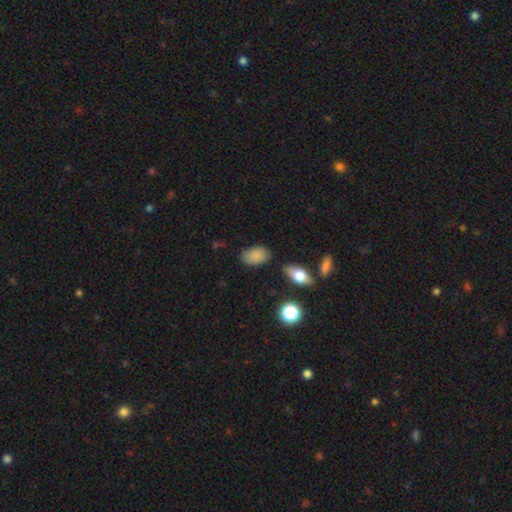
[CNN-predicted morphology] smooth-or-featured: smooth: 85% | star or artifact: 9% | featured or disk: 6%
  how-rounded: in between: 90% | round: 8% | cigar-shaped: 2%
  merging: none: 78% | minor disturbance: 15% | major disturbance: 4% | merger: 3%